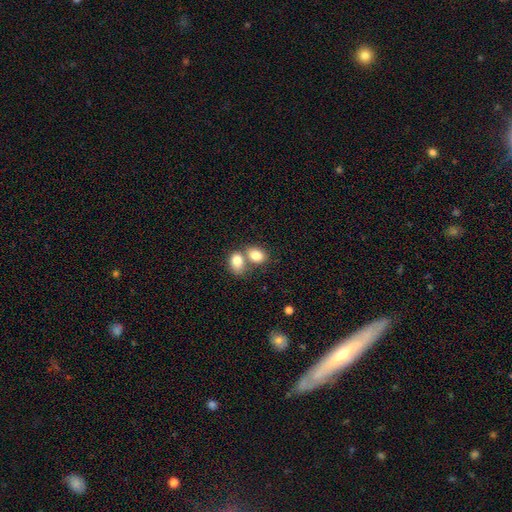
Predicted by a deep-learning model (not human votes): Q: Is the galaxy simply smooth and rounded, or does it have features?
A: smooth — 81%.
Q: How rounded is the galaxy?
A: in between — 67%.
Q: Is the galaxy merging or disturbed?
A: merger — 56%.